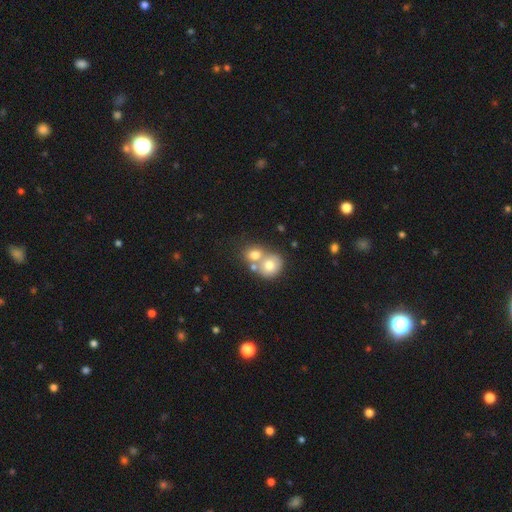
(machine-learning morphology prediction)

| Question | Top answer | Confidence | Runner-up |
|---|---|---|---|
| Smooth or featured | smooth | 68% | featured or disk (21%) |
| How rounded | round | 74% | in between (25%) |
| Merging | merger | 60% | none (30%) |